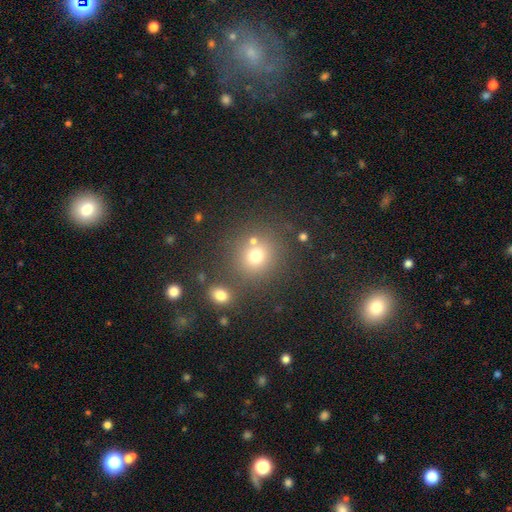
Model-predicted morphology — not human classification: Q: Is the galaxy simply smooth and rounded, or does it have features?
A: smooth — 72%.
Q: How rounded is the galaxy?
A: round — 85%.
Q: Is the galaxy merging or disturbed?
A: none — 71%.